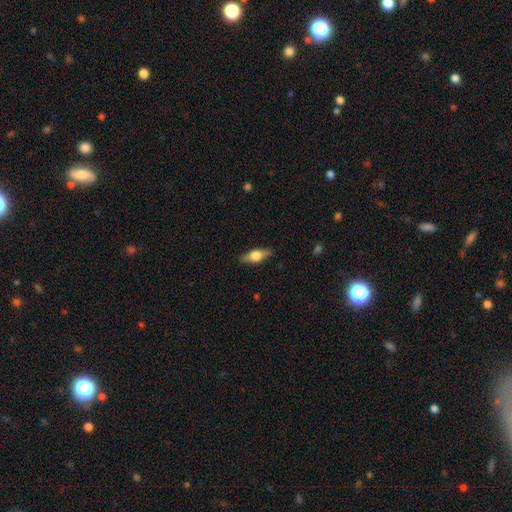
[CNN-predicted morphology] The model was most divided on "smooth or featured": smooth: 52%, featured or disk: 42%, star or artifact: 6%. More confident: merging — none (86%); how rounded — in between (65%).